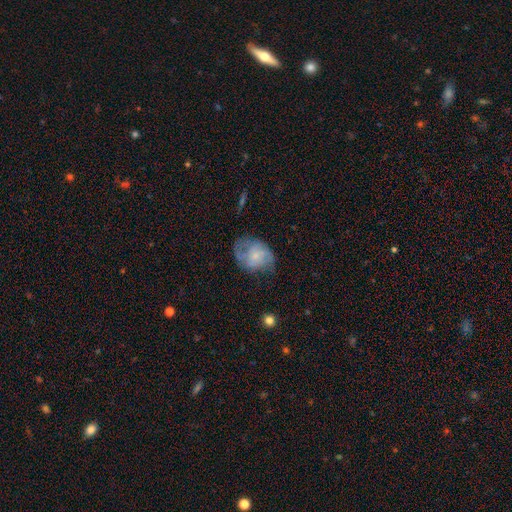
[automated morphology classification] Smooth or featured? smooth (49%)
Merging? none (42%)